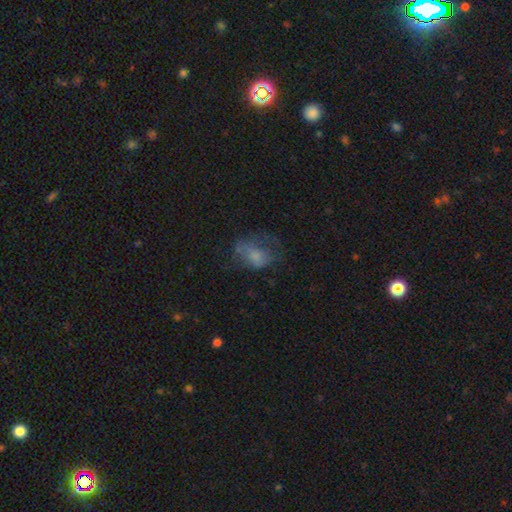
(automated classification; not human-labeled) smooth 56%, featured or disk 31%, star or artifact 13%. Down the decision tree: how rounded — in between (72%); merging — major disturbance (40%).